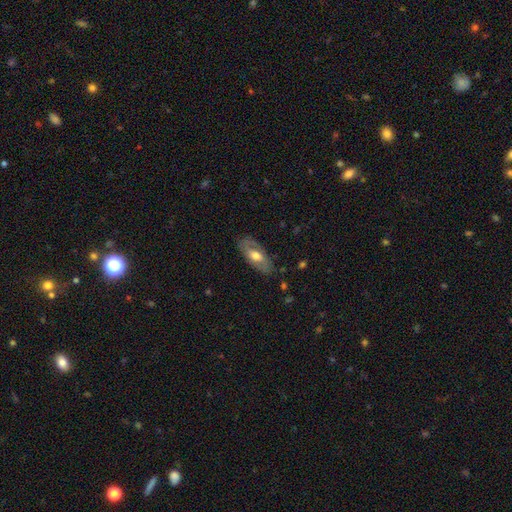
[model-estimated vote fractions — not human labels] Morphology: type=smooth (49%); merging=none (79%).